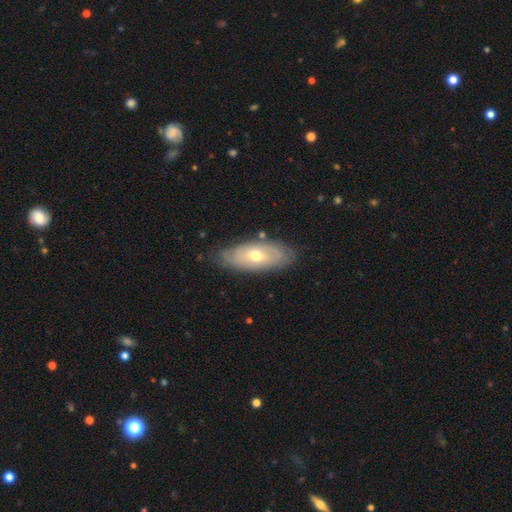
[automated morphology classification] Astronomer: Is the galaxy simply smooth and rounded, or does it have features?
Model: featured or disk — 51% (runner-up: smooth, 42%).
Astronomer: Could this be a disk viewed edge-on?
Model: no — 81%.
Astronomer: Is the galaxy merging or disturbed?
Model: none — 77%.